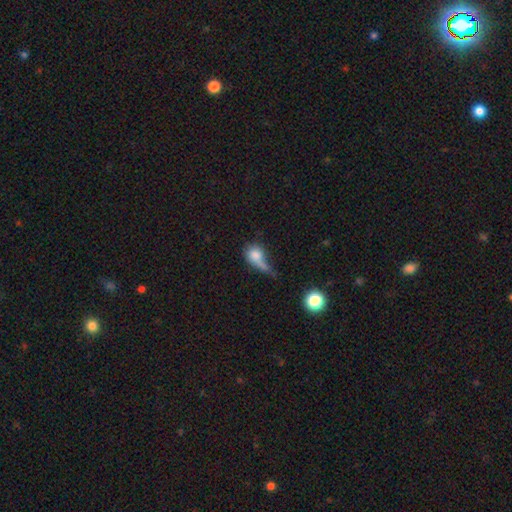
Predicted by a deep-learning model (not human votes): Smooth or featured: smooth — 70% (featured or disk — 20%)
How rounded: round — 49% (in between — 43%)
Merging: major disturbance — 40% (none — 22%)